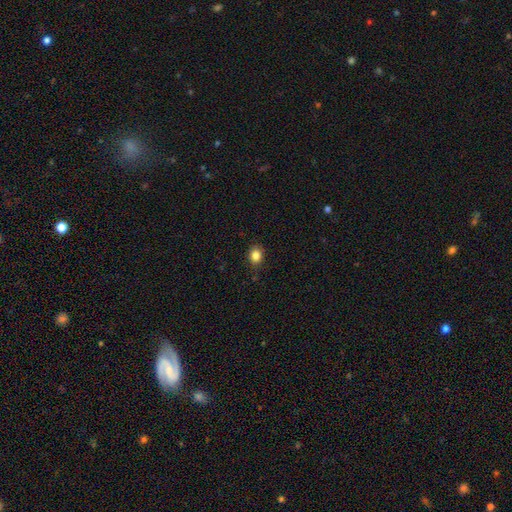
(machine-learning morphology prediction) Smooth or featured?
  - smooth: 84% *
  - star or artifact: 11%
  - featured or disk: 5%
How rounded?
  - round: 58% *
  - in between: 41%
  - cigar-shaped: 1%
Merging?
  - none: 85% *
  - minor disturbance: 11%
  - major disturbance: 2%
  - merger: 1%